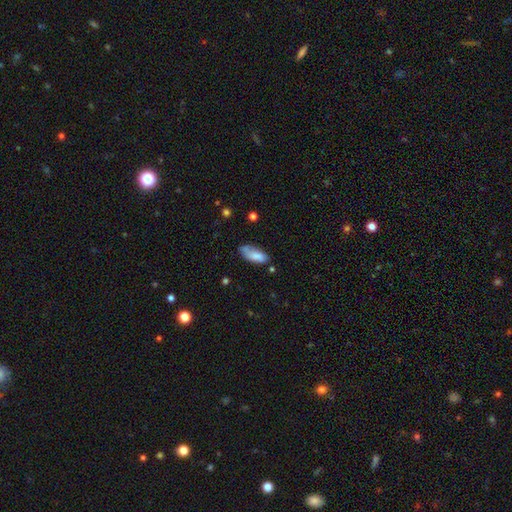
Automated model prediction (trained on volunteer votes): smooth 76%, featured or disk 16%, star or artifact 8%. Down the decision tree: how rounded — in between (81%); merging — none (50%).